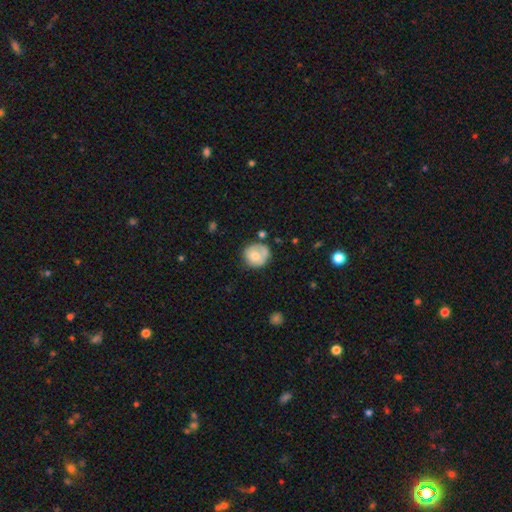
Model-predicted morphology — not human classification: Smooth or featured?
  - smooth: 66% *
  - featured or disk: 27%
  - star or artifact: 8%
How rounded?
  - round: 85% *
  - in between: 14%
  - cigar-shaped: 1%
Merging?
  - none: 60% *
  - minor disturbance: 24%
  - major disturbance: 9%
  - merger: 6%